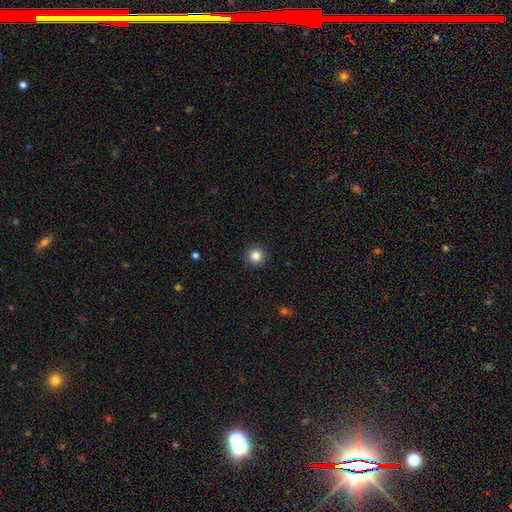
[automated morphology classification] smooth_or_featured: smooth (p=0.85) [alt: star or artifact p=0.10]
how_rounded: round (p=0.94) [alt: in between p=0.05]
merging: none (p=0.92) [alt: minor disturbance p=0.06]